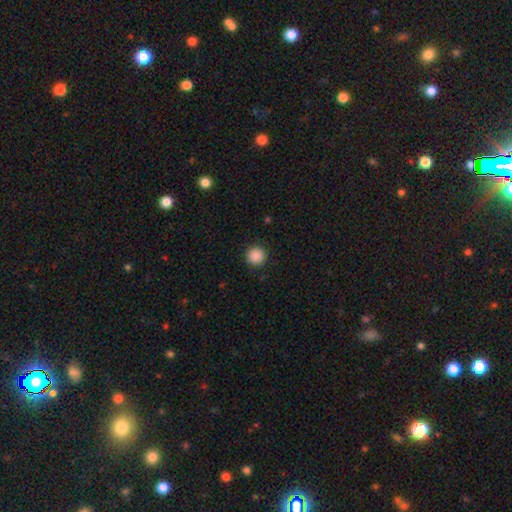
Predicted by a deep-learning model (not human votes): The model was most divided on "smooth or featured": smooth: 89%, star or artifact: 9%, featured or disk: 2%. More confident: how rounded — round (95%); merging — none (92%).